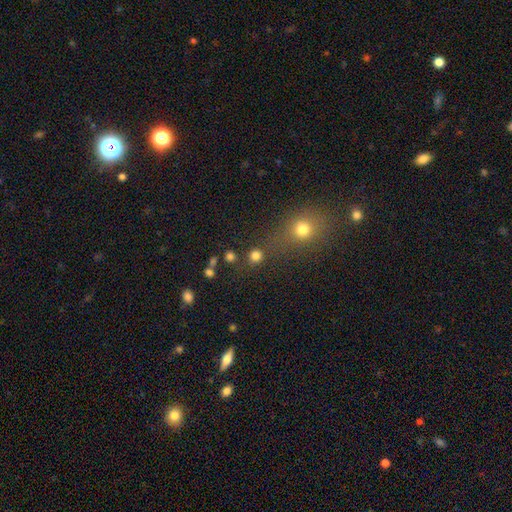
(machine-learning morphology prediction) A smooth galaxy with no disk features (79%) that is round (91%).

Vote fractions:
- Smooth or featured? smooth: 79% / star or artifact: 15% / featured or disk: 5%
- How rounded? round: 91% / in between: 8% / cigar-shaped: 1%
- Merging? none: 77% / merger: 12% / minor disturbance: 7% / major disturbance: 4%